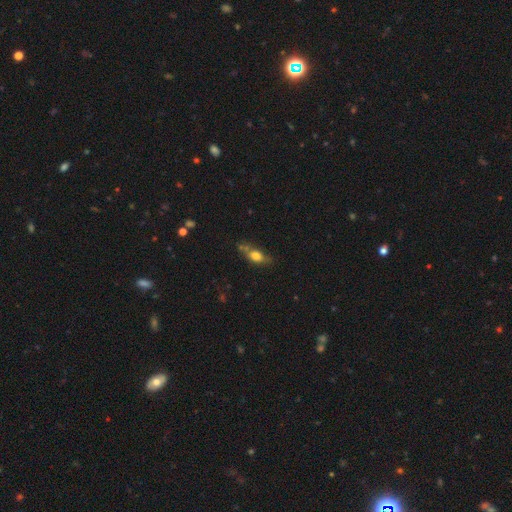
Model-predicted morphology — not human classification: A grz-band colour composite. It shows a smooth galaxy with no disk features (68%) that is in between round and cigar-shaped (71%). Merging: none (52%).